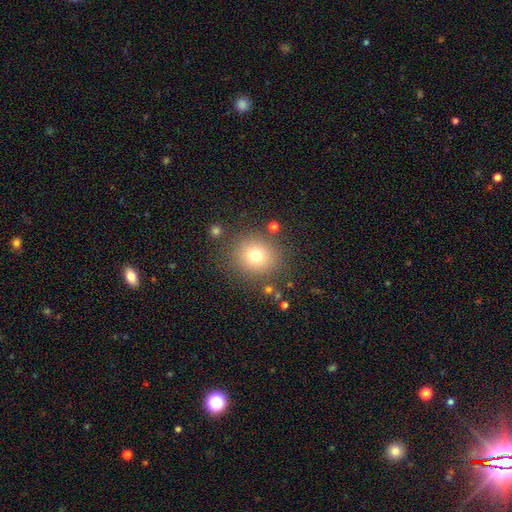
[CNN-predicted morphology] Overall: smooth (76%). How rounded: round (85%). Merging: none (83%).